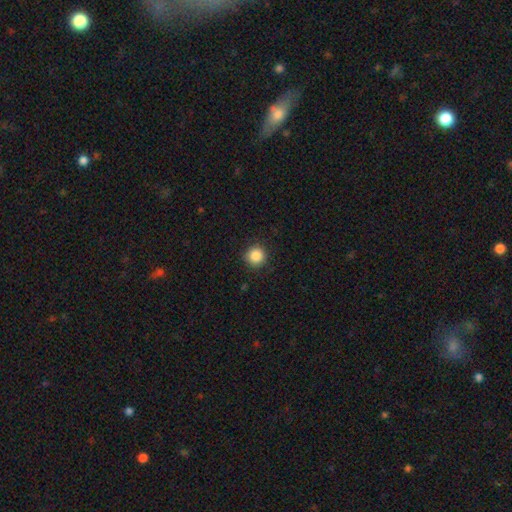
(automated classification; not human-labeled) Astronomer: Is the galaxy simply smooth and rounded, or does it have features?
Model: smooth — 87%.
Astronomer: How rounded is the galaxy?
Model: round — 95%.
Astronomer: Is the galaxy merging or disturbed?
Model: none — 90%.